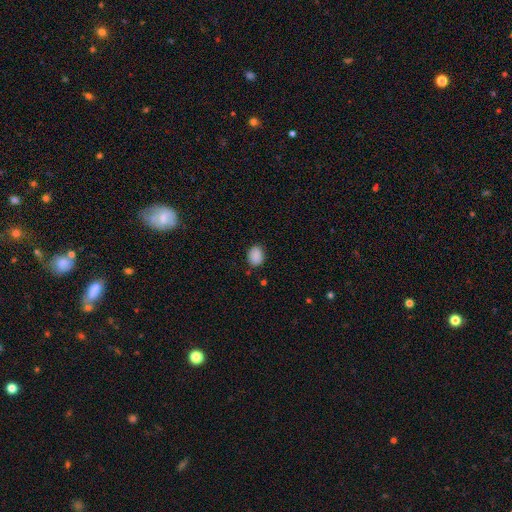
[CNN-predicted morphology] Q: Smooth or featured?
A: smooth (88%); runner-up: star or artifact (8%)
Q: How rounded?
A: in between (65%); runner-up: round (34%)
Q: Merging?
A: none (80%); runner-up: minor disturbance (15%)